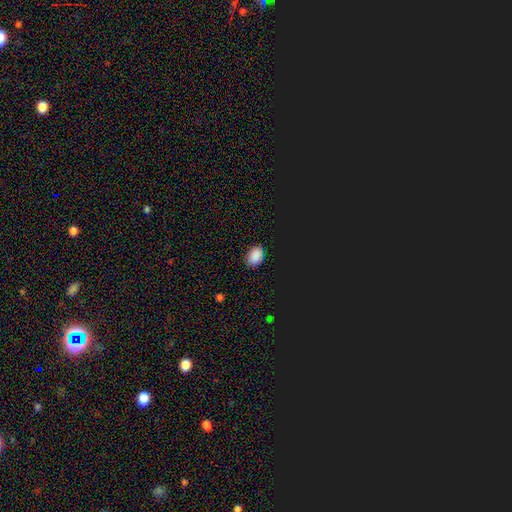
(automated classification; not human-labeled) Overall: smooth (80%). How rounded: in between (78%). Merging: none (83%).